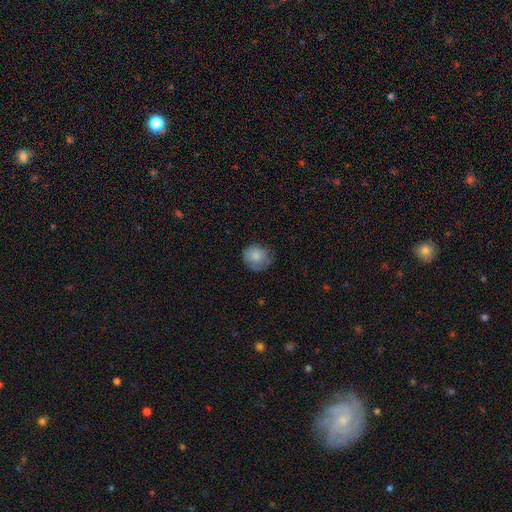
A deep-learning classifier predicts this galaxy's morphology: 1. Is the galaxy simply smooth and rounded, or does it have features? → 80% smooth, 13% featured or disk, 7% star or artifact.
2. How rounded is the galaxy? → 84% round, 15% in between, 1% cigar-shaped.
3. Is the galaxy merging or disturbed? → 65% none, 26% minor disturbance, 9% major disturbance, 1% merger.